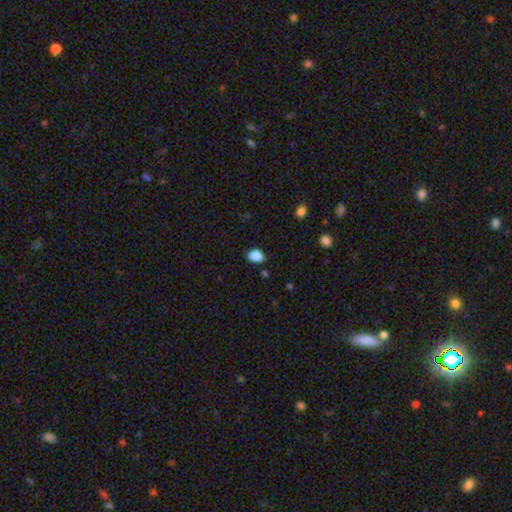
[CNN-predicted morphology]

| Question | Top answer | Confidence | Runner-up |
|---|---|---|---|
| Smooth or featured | smooth | 88% | star or artifact (9%) |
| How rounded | in between | 70% | round (29%) |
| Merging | none | 79% | minor disturbance (16%) |